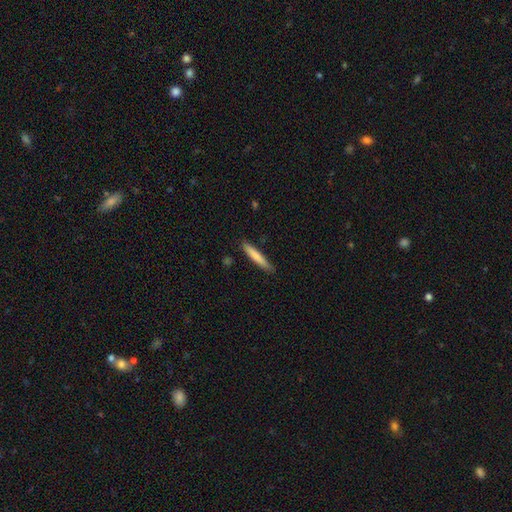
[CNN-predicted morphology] Overall: smooth (78%). How rounded: cigar-shaped (93%). Merging: none (84%).